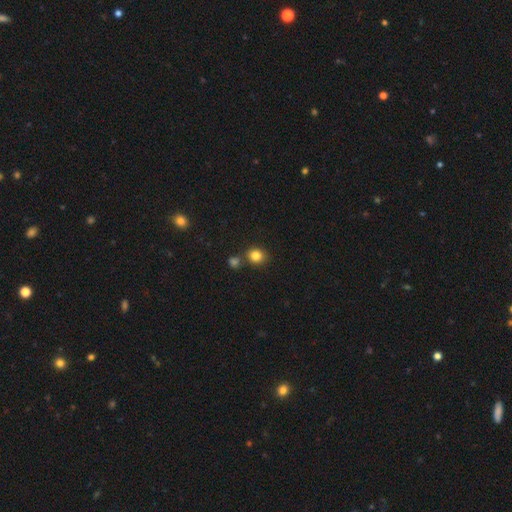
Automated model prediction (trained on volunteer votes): smooth-or-featured: smooth: 83% | star or artifact: 11% | featured or disk: 6%
  how-rounded: round: 75% | in between: 24% | cigar-shaped: 1%
  merging: none: 73% | merger: 15% | minor disturbance: 10% | major disturbance: 3%